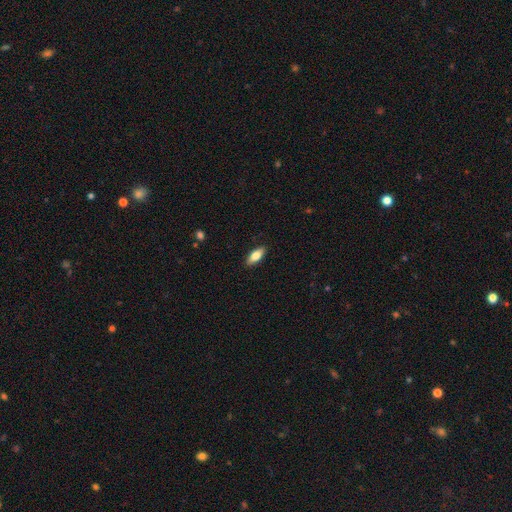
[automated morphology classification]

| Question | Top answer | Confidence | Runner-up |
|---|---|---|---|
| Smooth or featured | smooth | 78% | featured or disk (16%) |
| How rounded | in between | 79% | cigar-shaped (19%) |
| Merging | none | 89% | minor disturbance (8%) |